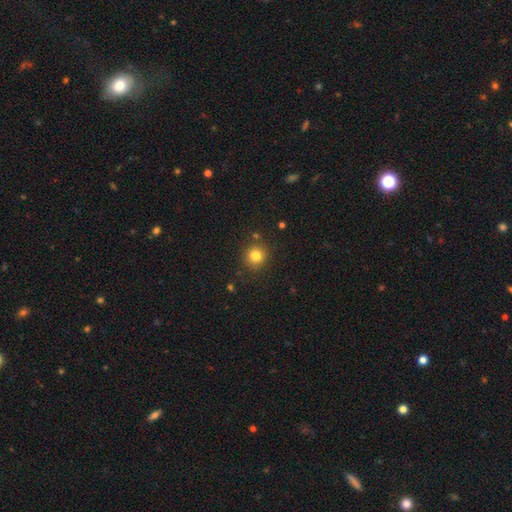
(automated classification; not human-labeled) The model was most divided on "smooth or featured": smooth: 81%, star or artifact: 13%, featured or disk: 7%. More confident: how rounded — round (89%); merging — none (86%).